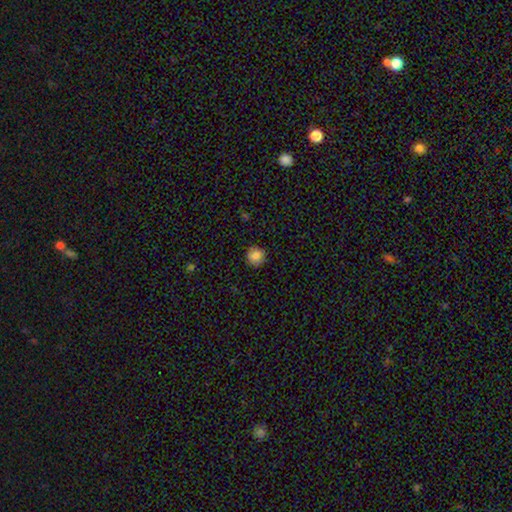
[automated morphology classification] Smooth or featured: smooth — 85% (star or artifact — 10%)
How rounded: round — 93% (in between — 6%)
Merging: none — 88% (minor disturbance — 9%)